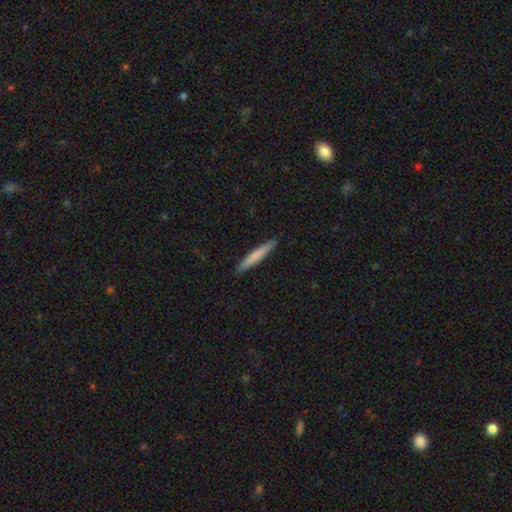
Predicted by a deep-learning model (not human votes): Q: Smooth or featured?
A: smooth (72%); runner-up: featured or disk (23%)
Q: How rounded?
A: cigar-shaped (96%); runner-up: in between (3%)
Q: Merging?
A: none (91%); runner-up: minor disturbance (7%)